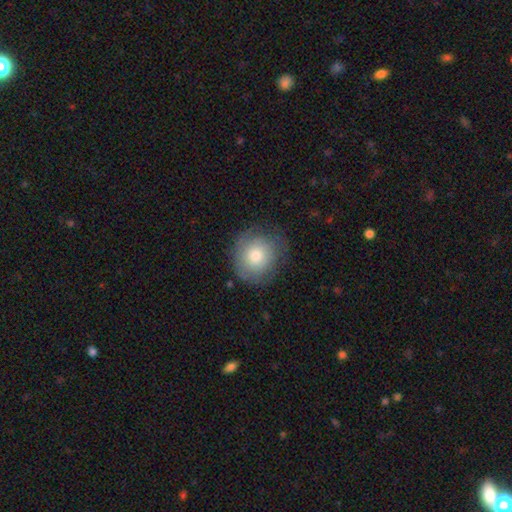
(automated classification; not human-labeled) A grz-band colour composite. It shows a smooth galaxy with no disk features (73%) that is round (85%). Merging: none (73%).